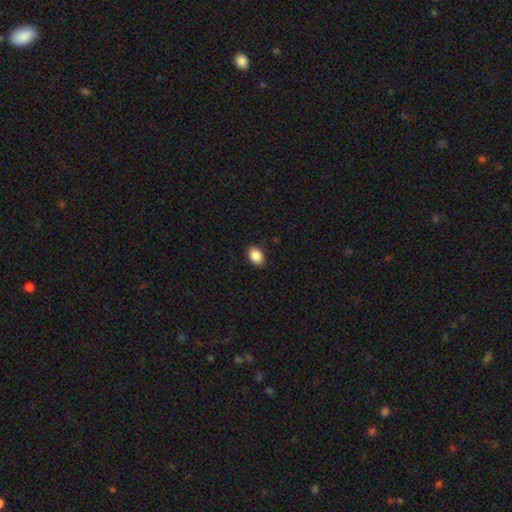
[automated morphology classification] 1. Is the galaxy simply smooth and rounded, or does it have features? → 88% smooth, 8% star or artifact, 4% featured or disk.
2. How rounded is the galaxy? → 80% in between, 19% round, 1% cigar-shaped.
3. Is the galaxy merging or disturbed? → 88% none, 9% minor disturbance, 2% major disturbance, 1% merger.